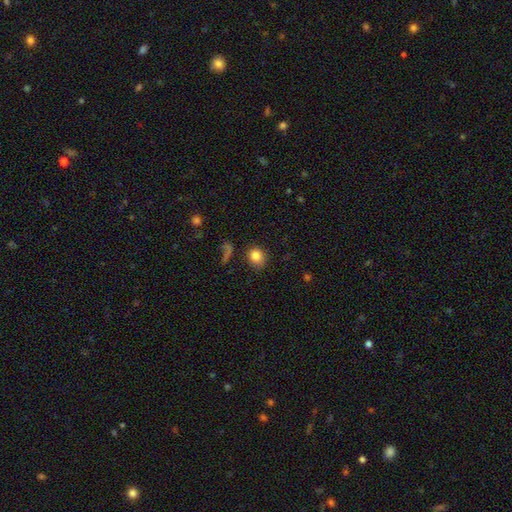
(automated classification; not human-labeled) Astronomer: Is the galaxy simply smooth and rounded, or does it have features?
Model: smooth — 83%.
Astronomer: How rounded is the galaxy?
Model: round — 68%.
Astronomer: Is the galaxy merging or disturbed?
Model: none — 77%.